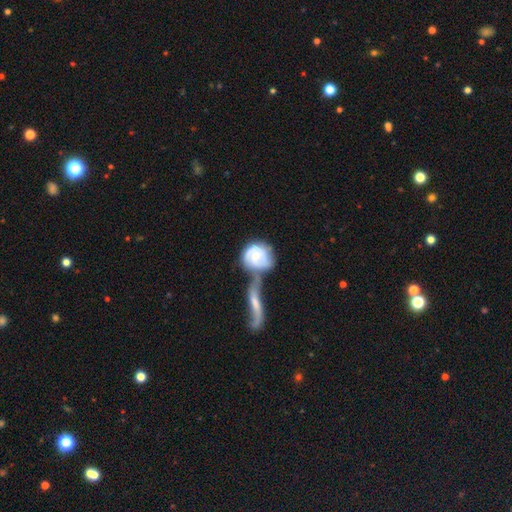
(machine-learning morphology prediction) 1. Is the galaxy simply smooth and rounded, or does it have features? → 61% featured or disk, 34% smooth, 5% star or artifact.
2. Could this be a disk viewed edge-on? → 95% no, 5% yes.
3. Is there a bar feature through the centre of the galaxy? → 69% no, 24% weak, 6% strong.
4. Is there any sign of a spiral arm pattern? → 72% yes, 28% no.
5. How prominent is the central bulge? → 56% moderate, 36% small, 4% large, 3% none, 1% dominant.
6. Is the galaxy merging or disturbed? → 56% merger, 21% none, 12% minor disturbance, 11% major disturbance.